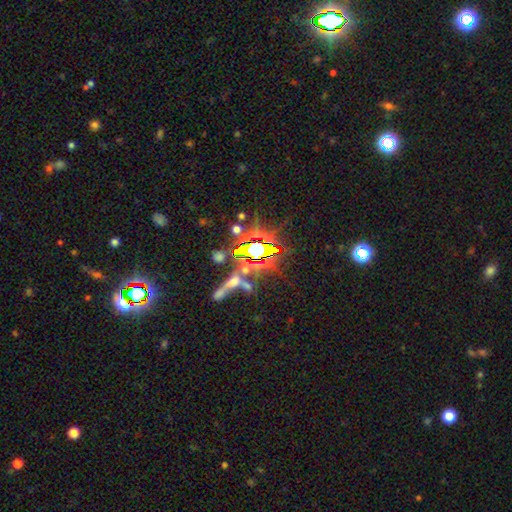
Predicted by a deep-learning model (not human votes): Q: Smooth or featured?
A: star or artifact (65%); runner-up: smooth (20%)